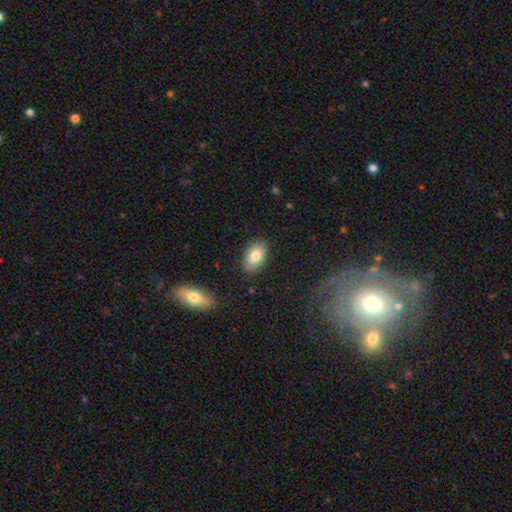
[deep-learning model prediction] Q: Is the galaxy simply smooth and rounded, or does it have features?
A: smooth — 82%.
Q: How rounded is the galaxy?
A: in between — 93%.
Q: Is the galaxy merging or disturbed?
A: none — 86%.